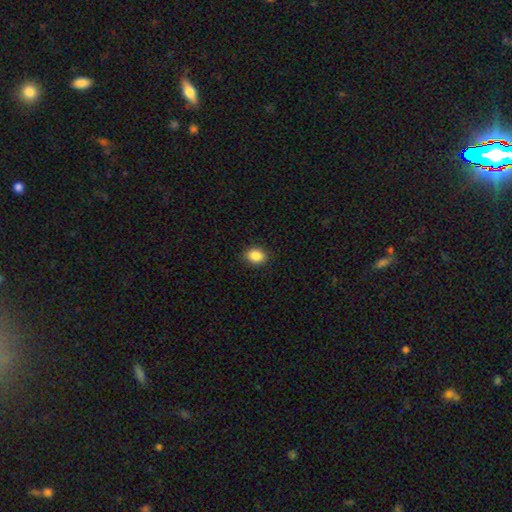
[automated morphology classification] Q: Smooth or featured?
A: smooth (88%); runner-up: star or artifact (9%)
Q: How rounded?
A: in between (62%); runner-up: round (37%)
Q: Merging?
A: none (89%); runner-up: minor disturbance (8%)